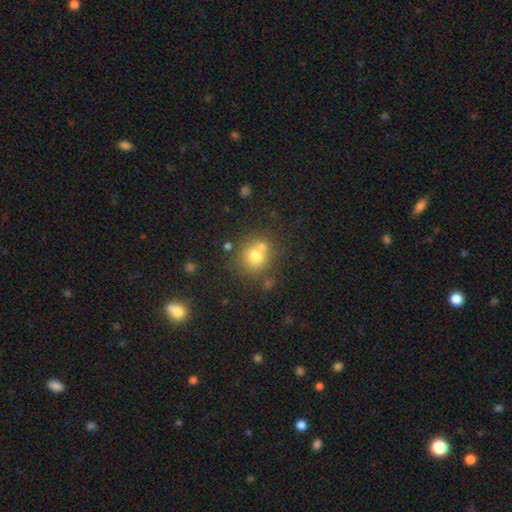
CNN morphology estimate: Overall: smooth (72%). How rounded: round (85%). Merging: none (60%; merger 26%).